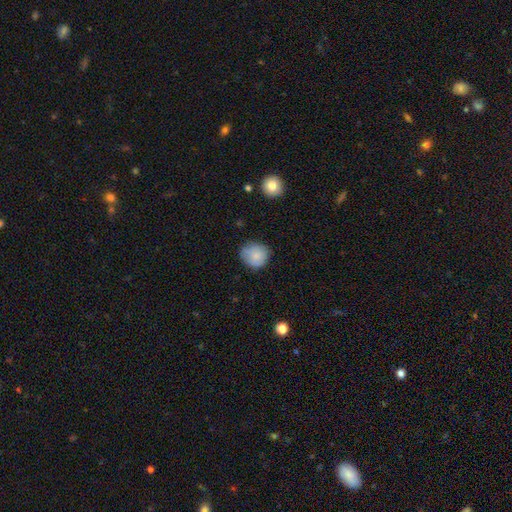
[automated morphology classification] This is clearly a smooth galaxy (84%). How rounded: clearly round (85%). Merging: likely none (77%).